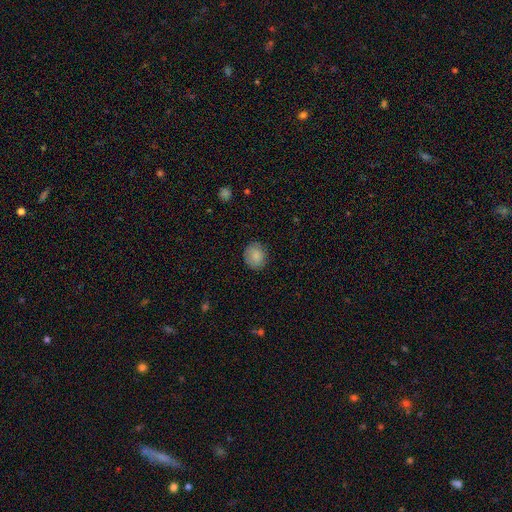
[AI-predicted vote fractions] A smooth galaxy with no disk features (85%) that is round (71%).

Vote fractions:
- Smooth or featured? smooth: 85% / star or artifact: 8% / featured or disk: 7%
- How rounded? round: 71% / in between: 28% / cigar-shaped: 1%
- Merging? none: 84% / minor disturbance: 12% / major disturbance: 3% / merger: 1%